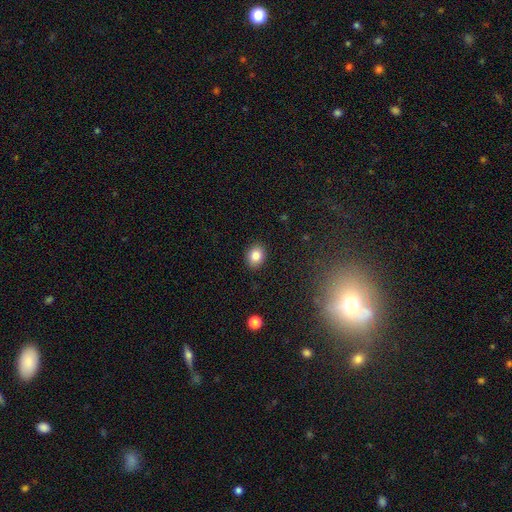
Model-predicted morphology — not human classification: Smooth or featured? Predicted: smooth (p=0.85). How rounded? Predicted: in between (p=0.53). Merging? Predicted: none (p=0.89).